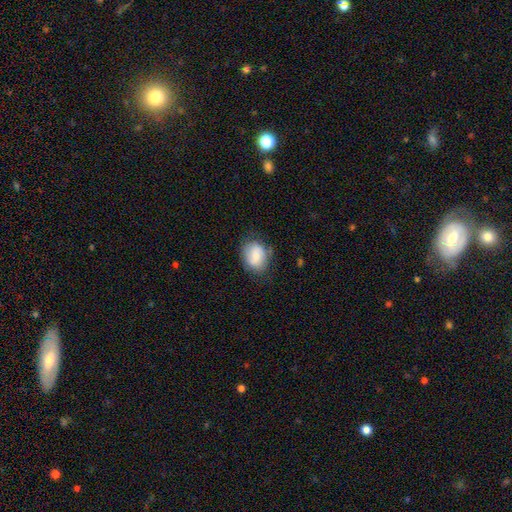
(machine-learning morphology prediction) Smooth or featured: smooth — 76% (featured or disk — 17%)
How rounded: in between — 64% (round — 35%)
Merging: none — 69% (minor disturbance — 23%)